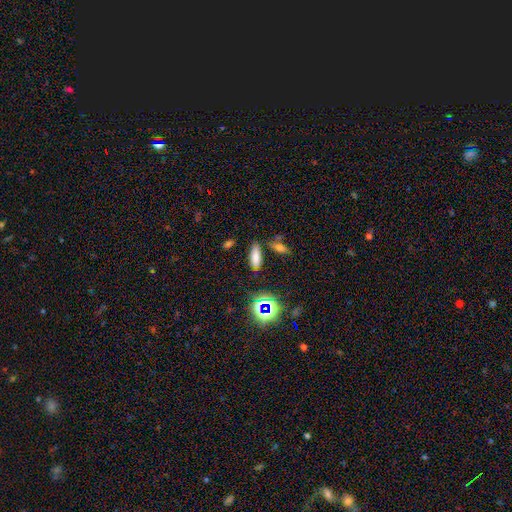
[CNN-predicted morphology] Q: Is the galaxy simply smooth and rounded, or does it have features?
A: smooth — 71%.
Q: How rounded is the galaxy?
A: in between — 64%.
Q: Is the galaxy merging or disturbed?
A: none — 76%.